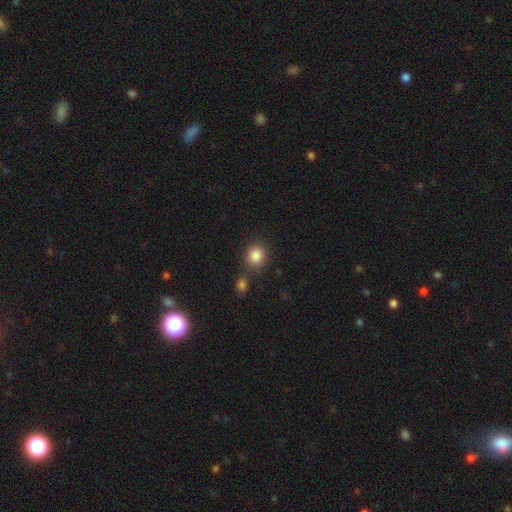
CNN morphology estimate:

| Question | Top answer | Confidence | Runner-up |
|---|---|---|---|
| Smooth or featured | smooth | 85% | star or artifact (10%) |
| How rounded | round | 85% | in between (14%) |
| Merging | none | 75% | merger (12%) |